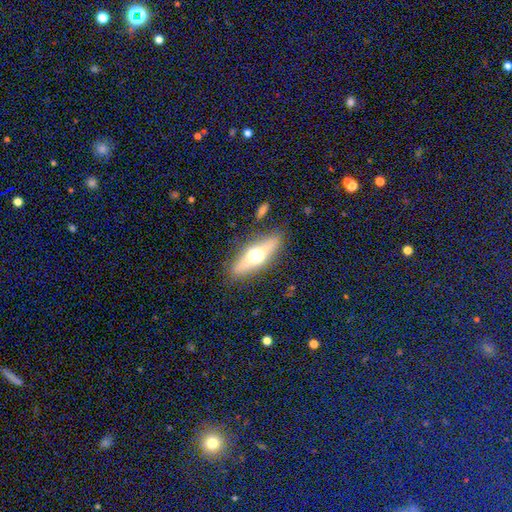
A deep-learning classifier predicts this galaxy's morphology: A featured or disk galaxy (49%).

Vote fractions:
- Smooth or featured? featured or disk: 49% / smooth: 44% / star or artifact: 7%
- Merging? none: 84% / minor disturbance: 11% / major disturbance: 3% / merger: 2%